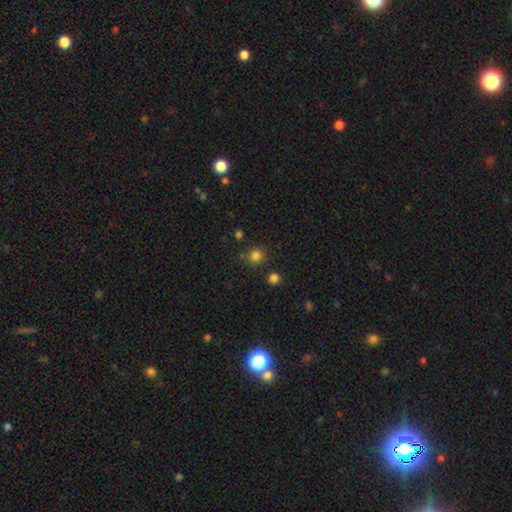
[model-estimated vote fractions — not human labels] Smooth or featured?
  - smooth: 81% *
  - star or artifact: 14%
  - featured or disk: 4%
How rounded?
  - round: 89% *
  - in between: 10%
  - cigar-shaped: 1%
Merging?
  - none: 82% *
  - minor disturbance: 9%
  - merger: 6%
  - major disturbance: 3%